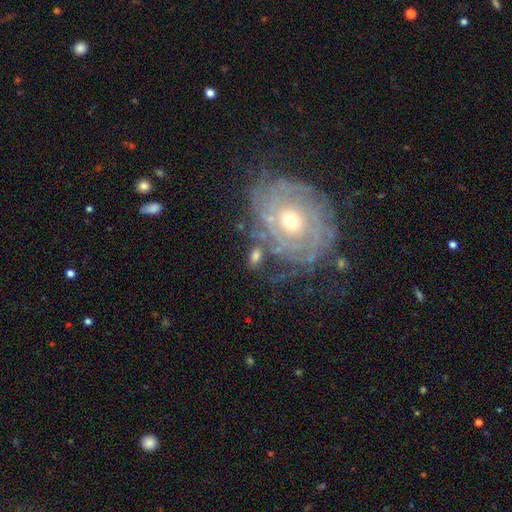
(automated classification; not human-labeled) Overall: smooth (51%; featured or disk 38%). How rounded: in between (77%). Merging: none (62%).